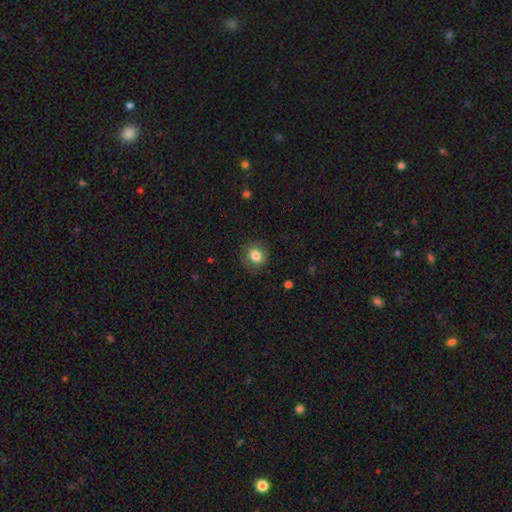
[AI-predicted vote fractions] Overall: smooth (81%). How rounded: round (75%). Merging: none (83%).